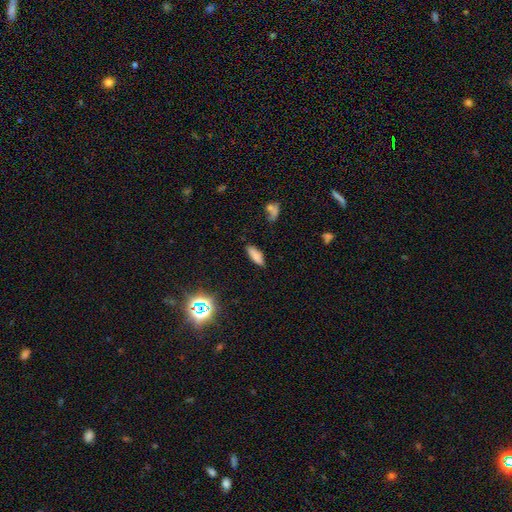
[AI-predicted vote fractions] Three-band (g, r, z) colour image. It shows a smooth galaxy with no disk features (79%) that is in between round and cigar-shaped (73%). Merging: none (82%).